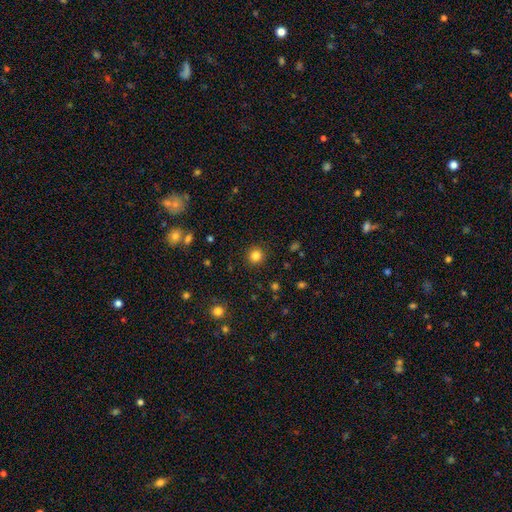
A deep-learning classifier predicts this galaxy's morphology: Smooth or featured? Predicted: smooth (p=0.83). How rounded? Predicted: round (p=0.93). Merging? Predicted: none (p=0.91).